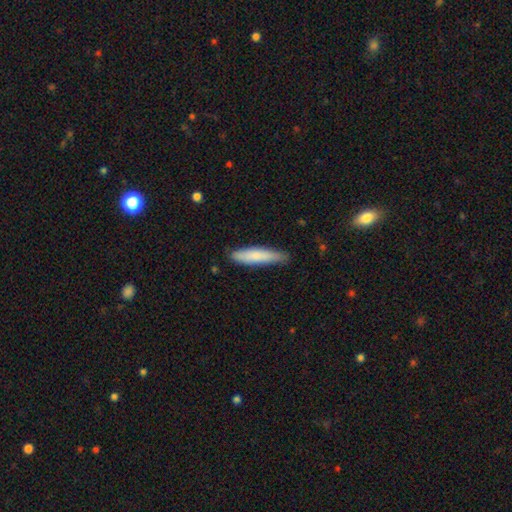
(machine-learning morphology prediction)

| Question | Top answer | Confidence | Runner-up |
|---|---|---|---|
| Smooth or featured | smooth | 76% | featured or disk (18%) |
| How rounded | cigar-shaped | 85% | in between (14%) |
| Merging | none | 82% | minor disturbance (15%) |